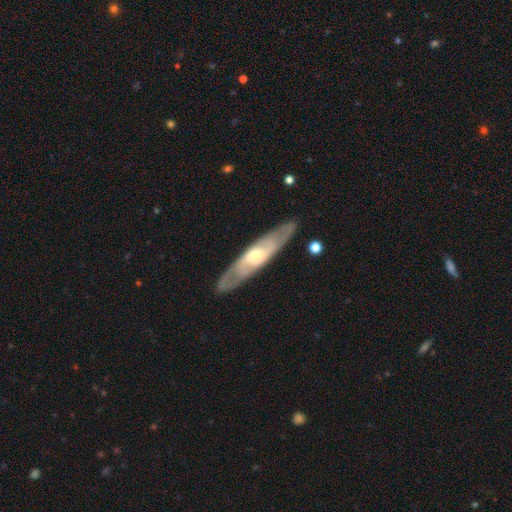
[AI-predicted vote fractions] Overall: featured or disk (70%). Edge-on disk: no (57%; yes 43%). Merging: none (85%).